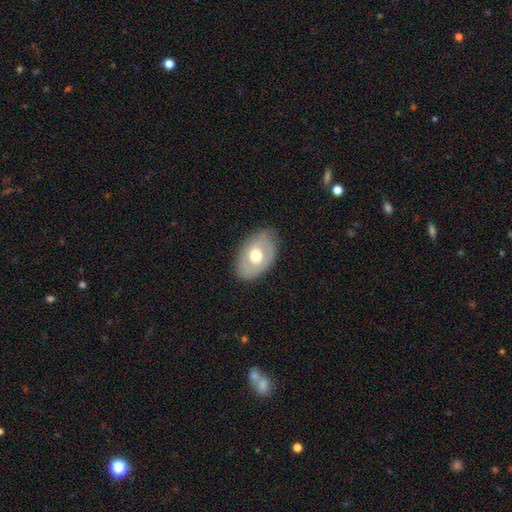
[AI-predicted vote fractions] Smooth or featured? Predicted: smooth (p=0.51). How rounded? Predicted: in between (p=0.84). Merging? Predicted: none (p=0.75).